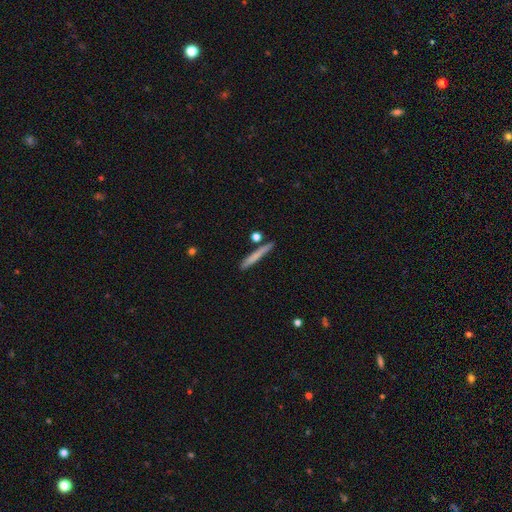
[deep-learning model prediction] A smooth galaxy with no disk features (69%) that is cigar-shaped (95%).

Vote fractions:
- Smooth or featured? smooth: 69% / featured or disk: 24% / star or artifact: 6%
- How rounded? cigar-shaped: 95% / in between: 3% / round: 2%
- Merging? none: 84% / minor disturbance: 10% / merger: 4% / major disturbance: 2%